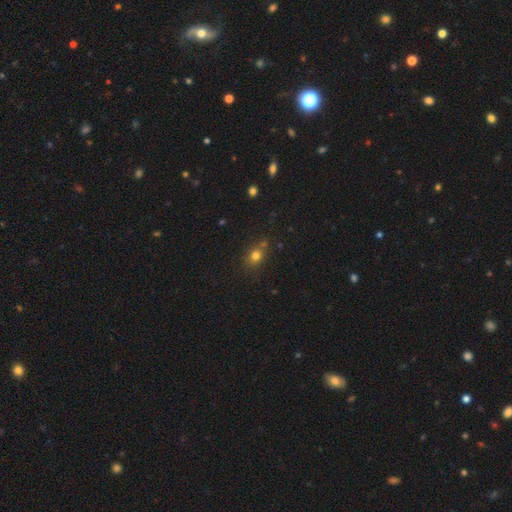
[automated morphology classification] Smooth or featured? smooth (75%)
How rounded? round (63%)
Merging? none (69%)